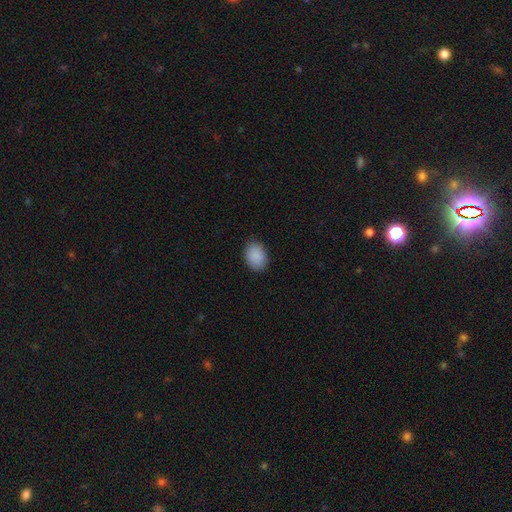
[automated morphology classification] Smooth or featured: smooth — 90% (star or artifact — 7%)
How rounded: in between — 69% (round — 30%)
Merging: none — 86% (minor disturbance — 11%)